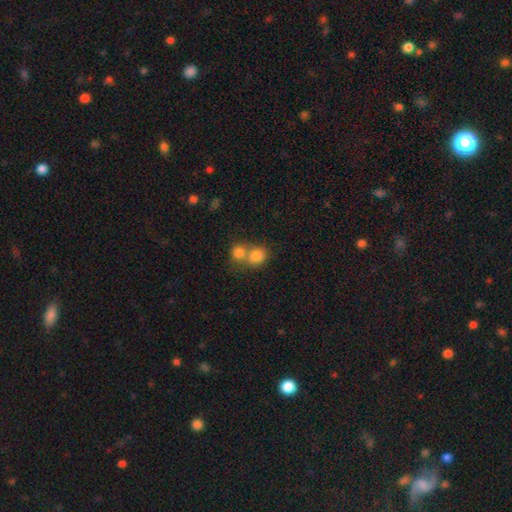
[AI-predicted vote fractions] Smooth or featured? smooth (80%)
How rounded? round (68%)
Merging? merger (58%)